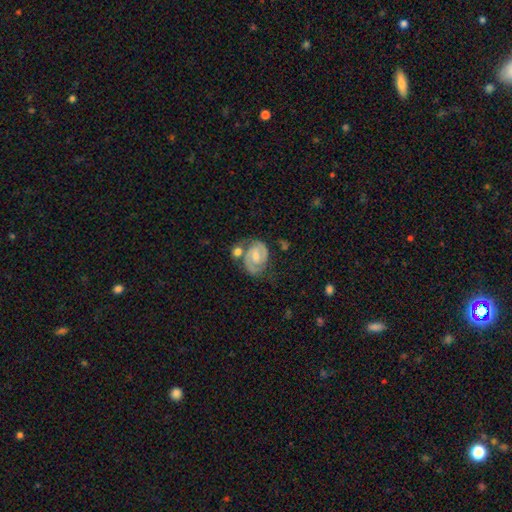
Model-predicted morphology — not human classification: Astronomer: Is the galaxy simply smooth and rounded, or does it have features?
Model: featured or disk — 80%.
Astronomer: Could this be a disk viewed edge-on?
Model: no — 97%.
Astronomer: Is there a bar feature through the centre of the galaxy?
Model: weak — 45% (runner-up: no, 42%).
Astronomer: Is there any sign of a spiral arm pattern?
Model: yes — 92%.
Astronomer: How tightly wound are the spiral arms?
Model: tight — 53% (runner-up: medium, 38%).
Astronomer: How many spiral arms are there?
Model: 2 — 81%.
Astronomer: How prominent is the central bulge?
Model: moderate — 56% (runner-up: small, 38%).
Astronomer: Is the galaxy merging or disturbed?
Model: none — 54%.